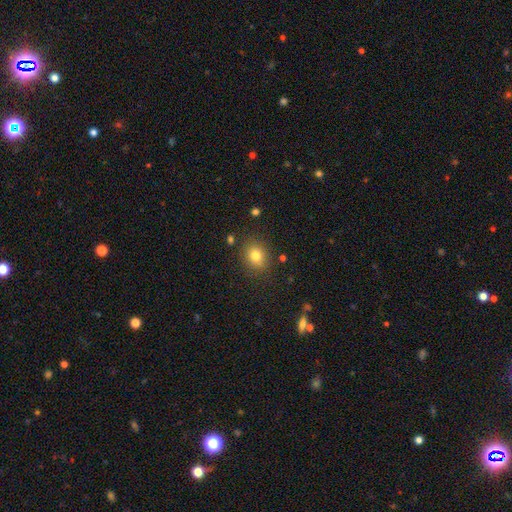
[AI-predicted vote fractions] Overall: smooth (79%). How rounded: round (65%; in between 34%). Merging: none (84%).